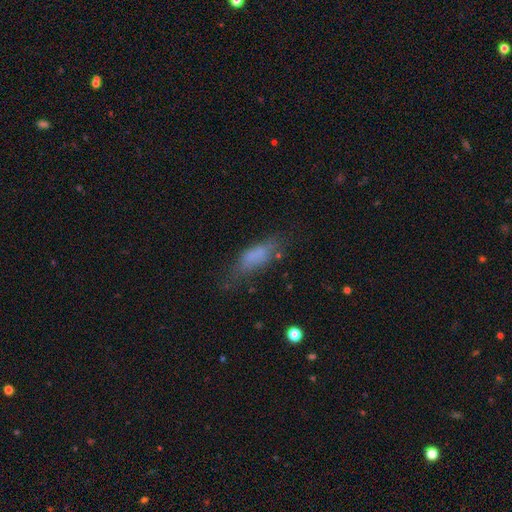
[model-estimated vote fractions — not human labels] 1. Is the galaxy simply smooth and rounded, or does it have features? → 67% smooth, 21% featured or disk, 12% star or artifact.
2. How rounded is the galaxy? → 60% in between, 37% cigar-shaped, 3% round.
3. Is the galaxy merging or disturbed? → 51% none, 27% minor disturbance, 18% major disturbance, 4% merger.